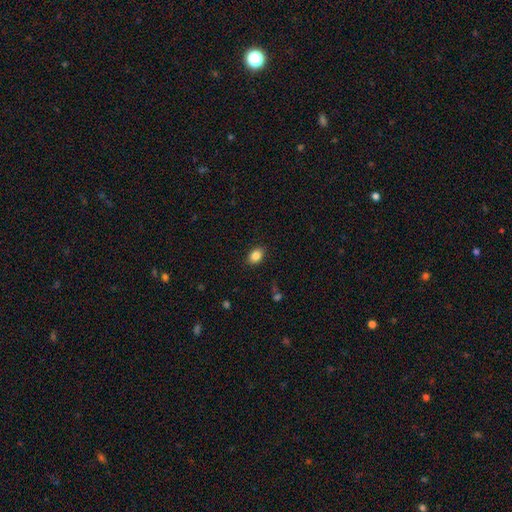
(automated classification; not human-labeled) This appears to be a smooth galaxy with no disk features (86%) that is in between round and cigar-shaped (75%). Merging: none (88%).